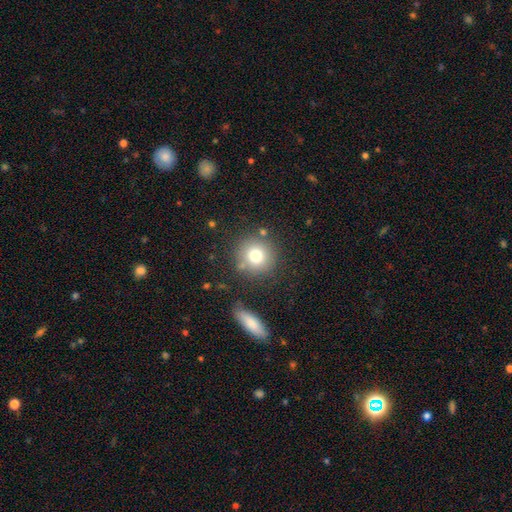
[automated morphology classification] Smooth or featured? Predicted: smooth (p=0.75). How rounded? Predicted: round (p=0.92). Merging? Predicted: none (p=0.79).